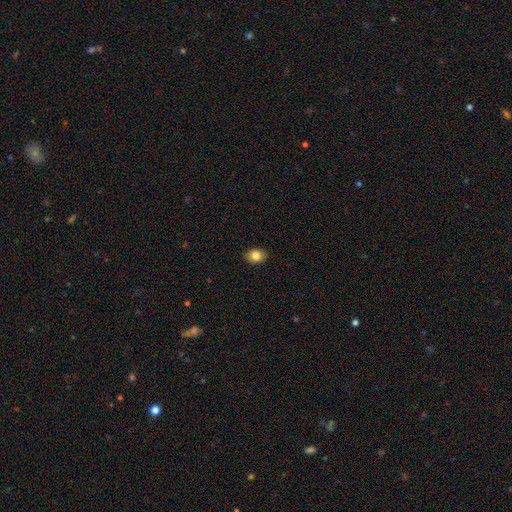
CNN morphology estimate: The model was most divided on "how rounded": in between: 62%, round: 37%, cigar-shaped: 1%. More confident: merging — none (87%); smooth or featured — smooth (83%).